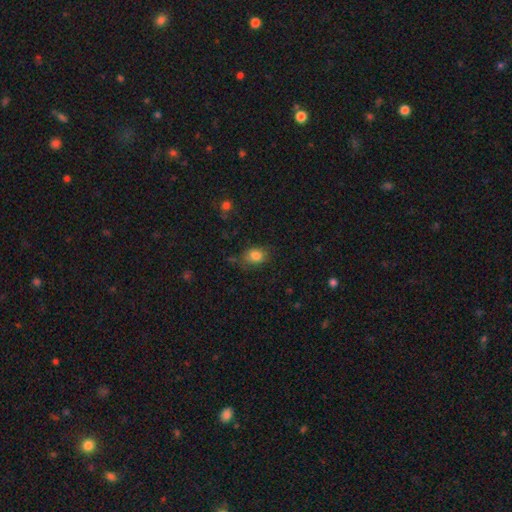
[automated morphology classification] type=smooth (82%); roundness=in between (59%); merging=none (69%).